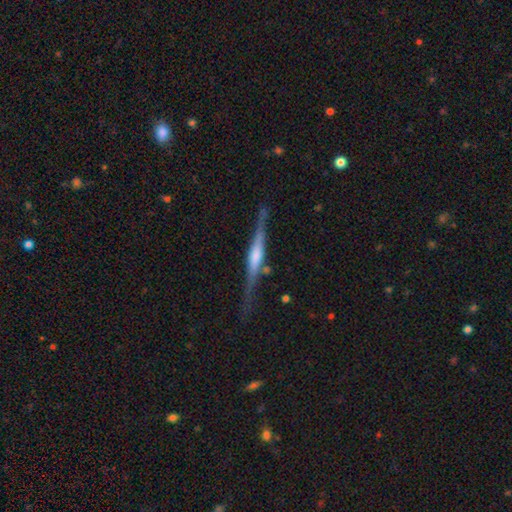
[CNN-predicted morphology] Overall: featured or disk (82%). Edge-on disk: yes (98%). Edge-on bulge: rounded (57%; boxy 30%). Merging: none (82%).